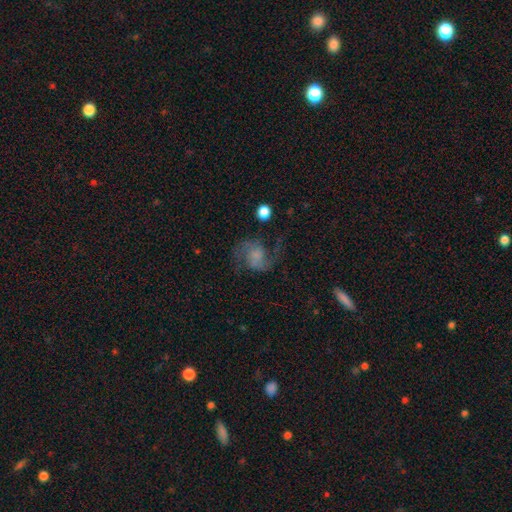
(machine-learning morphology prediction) smooth_or_featured: featured or disk (p=0.77) [alt: smooth p=0.14]
disk_edge_on: no (p=0.98) [alt: yes p=0.02]
bar: no (p=0.60) [alt: weak p=0.33]
has_spiral_arms: yes (p=0.95) [alt: no p=0.05]
spiral_winding: loose (p=0.46) [alt: medium p=0.45]
spiral_arm_count: 2 (p=0.92) [alt: can't tell p=0.03]
bulge_size: none (p=0.36) [alt: small p=0.31]
merging: none (p=0.67) [alt: minor disturbance p=0.16]